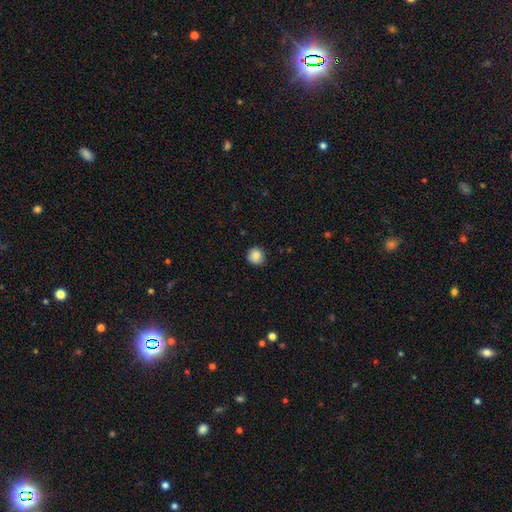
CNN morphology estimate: Overall: smooth (83%). How rounded: round (92%). Merging: none (85%).